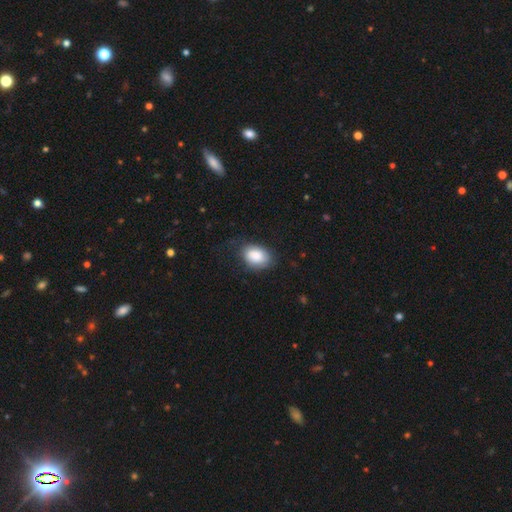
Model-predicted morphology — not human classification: Overall: smooth (82%). How rounded: in between (80%). Merging: none (61%; minor disturbance 26%).